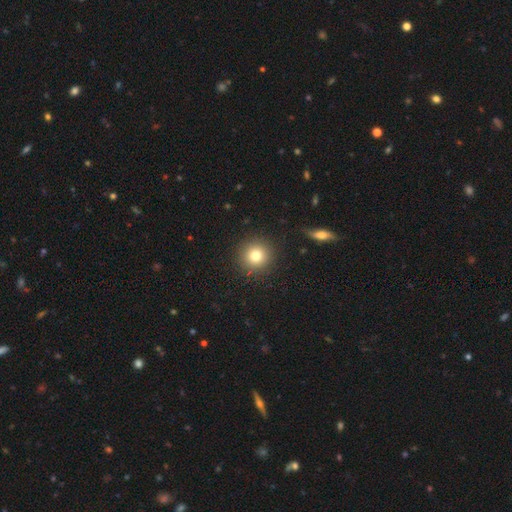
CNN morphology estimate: Overall: smooth (79%). How rounded: round (94%). Merging: none (90%).